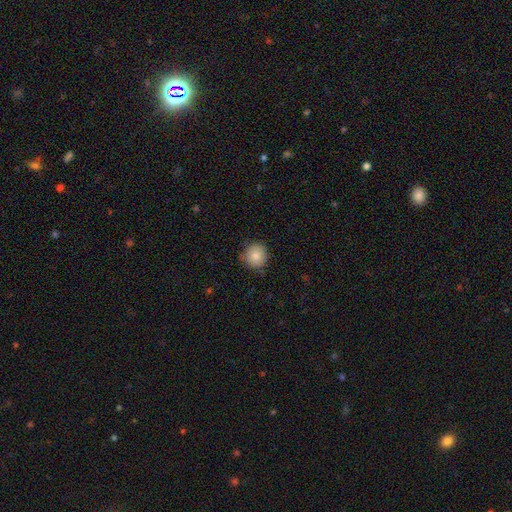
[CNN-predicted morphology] A smooth galaxy with no disk features (83%) that is round (92%). Merging: none (80%).